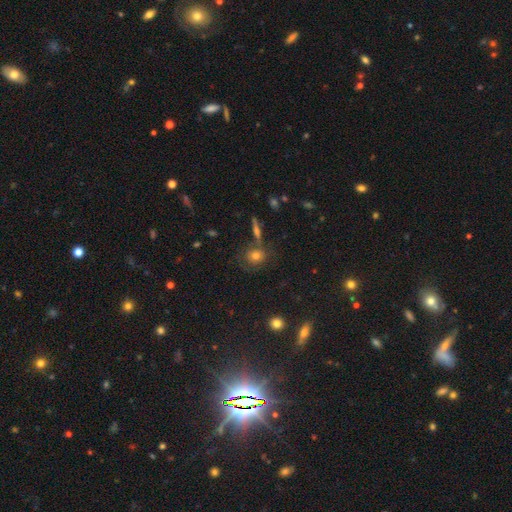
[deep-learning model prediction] Smooth or featured: smooth — 65% (featured or disk — 21%)
How rounded: round — 76% (in between — 22%)
Merging: none — 67% (minor disturbance — 15%)